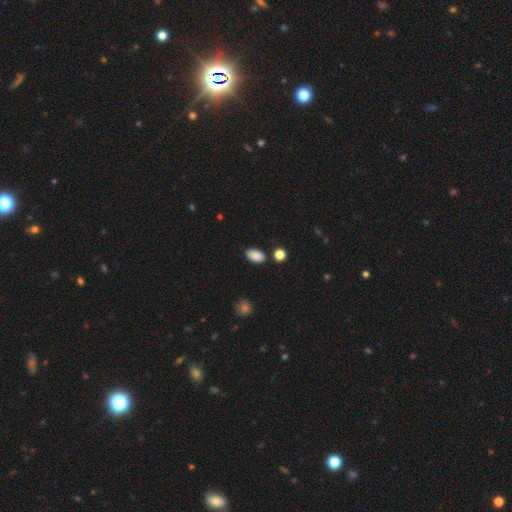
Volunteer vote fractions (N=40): Q: Smooth or featured?
A: smooth (85%); runner-up: star or artifact (10%)
Q: How rounded?
A: in between (88%); runner-up: round (12%)
Q: Merging?
A: none (92%); runner-up: minor disturbance (6%)